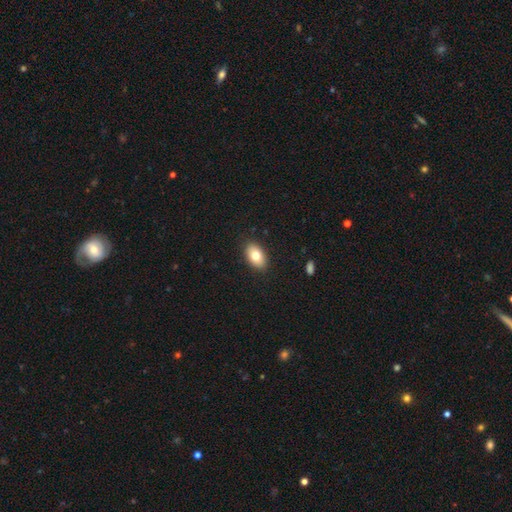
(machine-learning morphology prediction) A smooth galaxy with no disk features (78%) that is in between round and cigar-shaped (91%). Merging: none (89%).